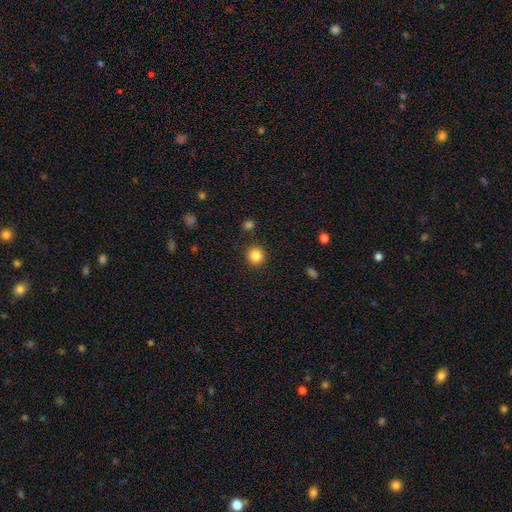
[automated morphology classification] Smooth or featured: smooth — 84% (star or artifact — 11%)
How rounded: round — 92% (in between — 7%)
Merging: none — 89% (minor disturbance — 6%)